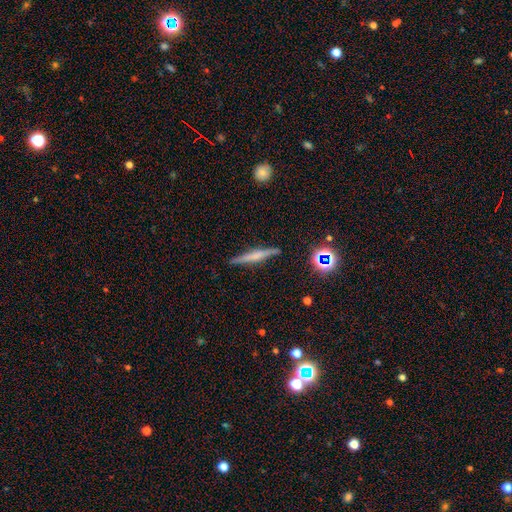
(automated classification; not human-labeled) The model was most divided on "smooth or featured": featured or disk: 52%, smooth: 38%, star or artifact: 10%. More confident: edge-on disk — yes (96%); merging — none (87%).